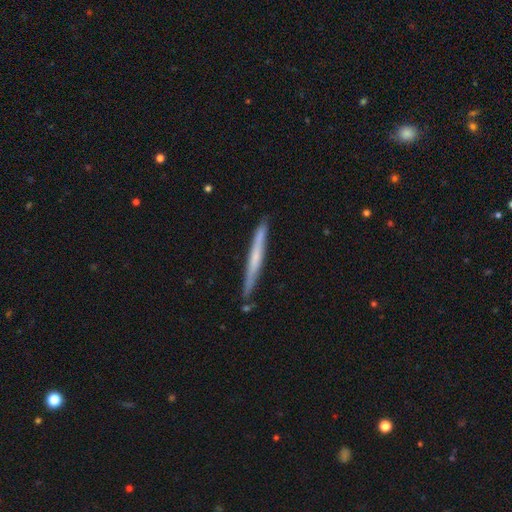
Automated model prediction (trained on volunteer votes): This is possibly a featured or disk galaxy (49%). Merging: clearly none (86%).